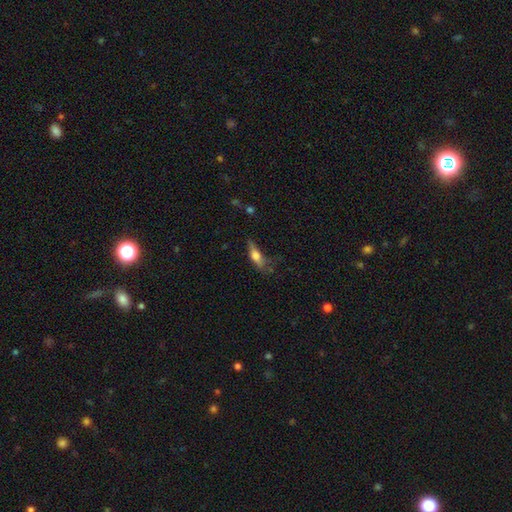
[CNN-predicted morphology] Smooth or featured? Predicted: smooth (p=0.57). How rounded? Predicted: in between (p=0.49). Merging? Predicted: none (p=0.44).